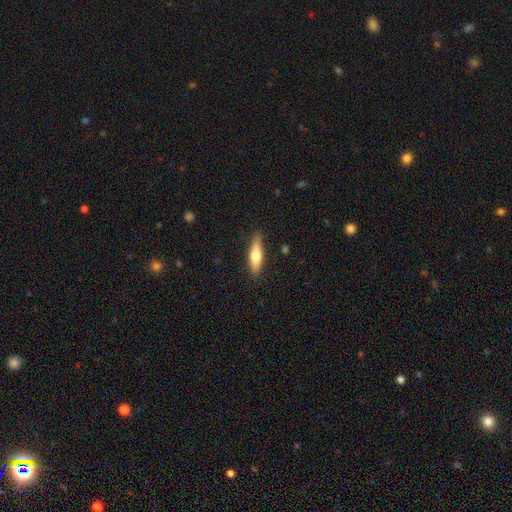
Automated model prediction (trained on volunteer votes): This appears to be a smooth galaxy with no disk features (61%) that is cigar-shaped (67%). Merging: none (86%).